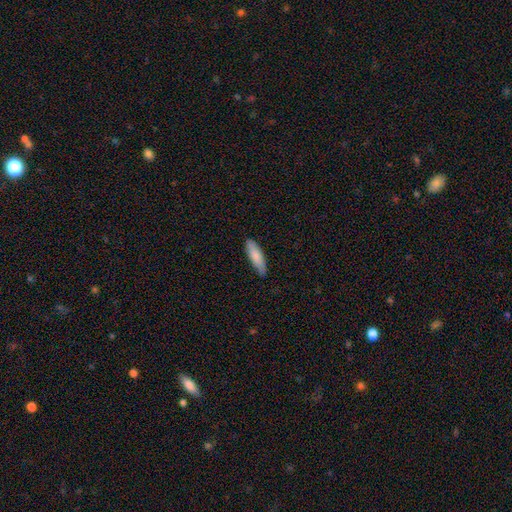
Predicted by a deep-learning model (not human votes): Overall: smooth (83%). How rounded: cigar-shaped (55%; in between 43%). Merging: none (85%).